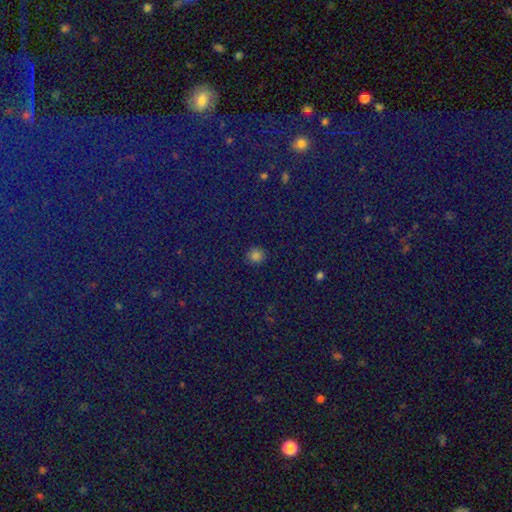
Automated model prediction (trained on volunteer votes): Smooth or featured: smooth — 77% (star or artifact — 18%)
How rounded: round — 86% (in between — 13%)
Merging: none — 90% (minor disturbance — 7%)